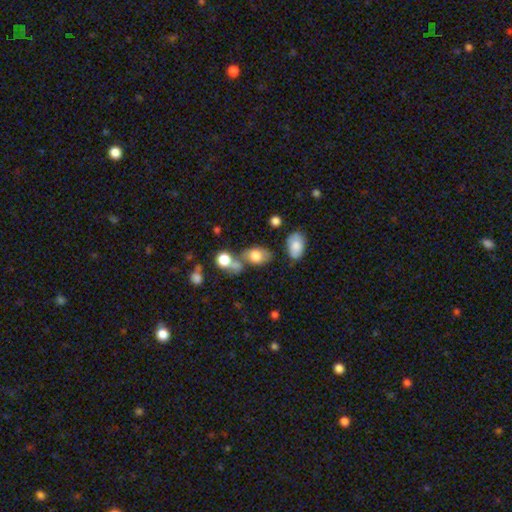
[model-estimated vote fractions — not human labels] Morphology: type=smooth (76%); roundness=in between (76%); merging=none (46%).